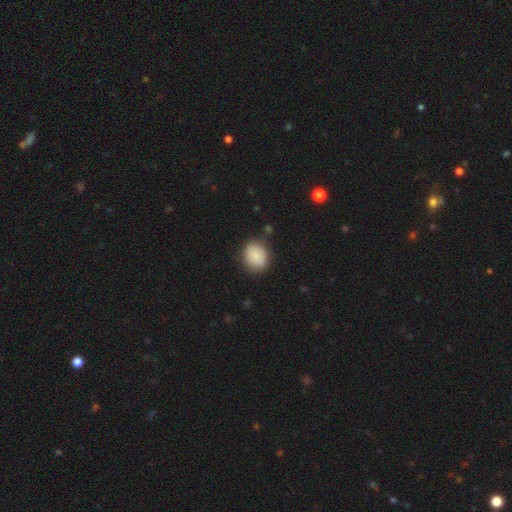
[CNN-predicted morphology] Smooth or featured? Predicted: smooth (p=0.85). How rounded? Predicted: round (p=0.58). Merging? Predicted: none (p=0.80).